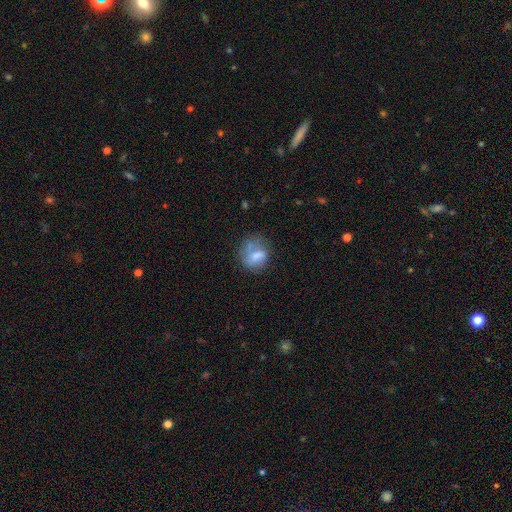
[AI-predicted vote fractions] smooth 58%, featured or disk 33%, star or artifact 9%. Down the decision tree: how rounded — round (57%); merging — none (45%).